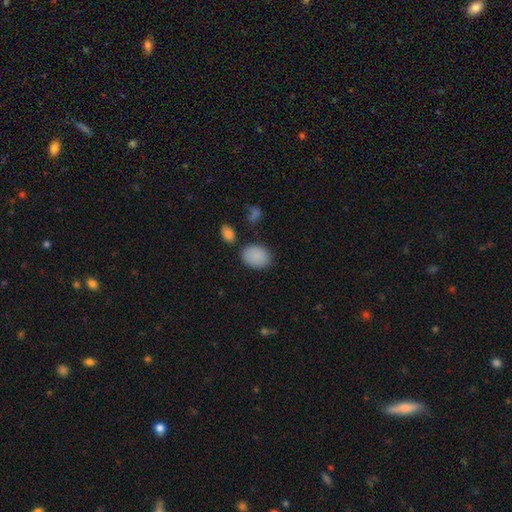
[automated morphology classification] Smooth or featured: smooth — 88% (star or artifact — 7%)
How rounded: in between — 73% (round — 26%)
Merging: none — 78% (minor disturbance — 13%)